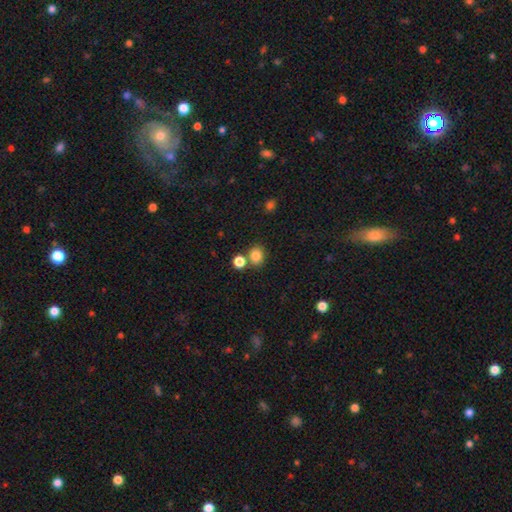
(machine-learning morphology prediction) Smooth or featured? Predicted: smooth (p=0.82). How rounded? Predicted: round (p=0.74). Merging? Predicted: none (p=0.68).